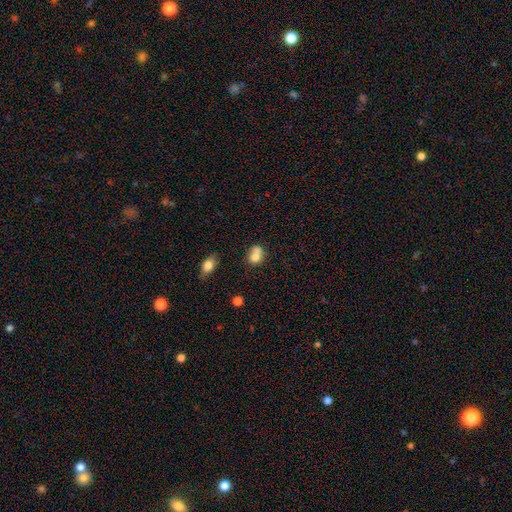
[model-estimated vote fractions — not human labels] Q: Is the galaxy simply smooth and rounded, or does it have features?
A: smooth — 73%.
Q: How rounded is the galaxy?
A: round — 55%.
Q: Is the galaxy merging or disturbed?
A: merger — 55%.